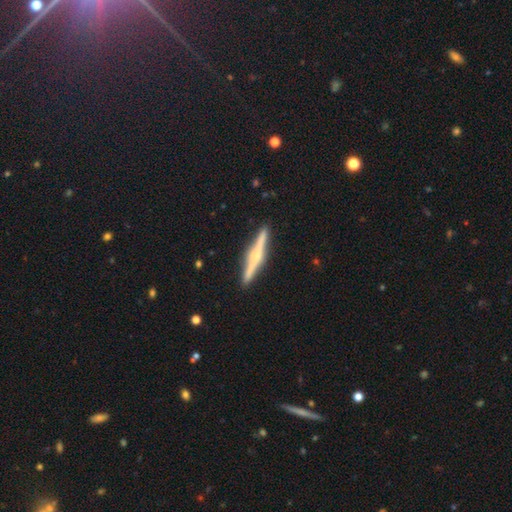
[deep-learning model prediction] This appears to be a featured or disk galaxy (77%) viewed edge-on (98%) with a rounded central bulge (83%). Merging: none (91%).